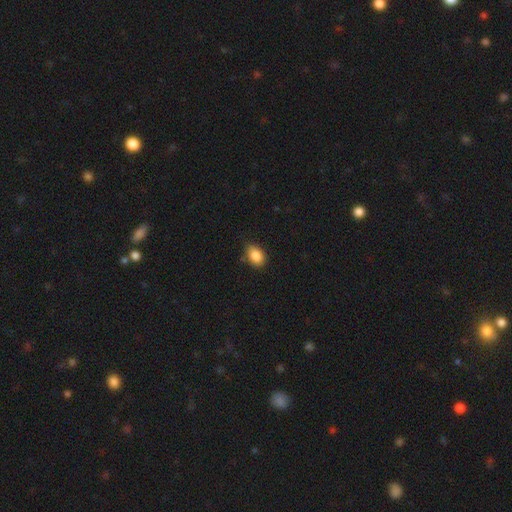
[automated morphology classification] smooth_or_featured: smooth (p=0.87) [alt: star or artifact p=0.08]
how_rounded: in between (p=0.82) [alt: round p=0.17]
merging: none (p=0.78) [alt: minor disturbance p=0.17]